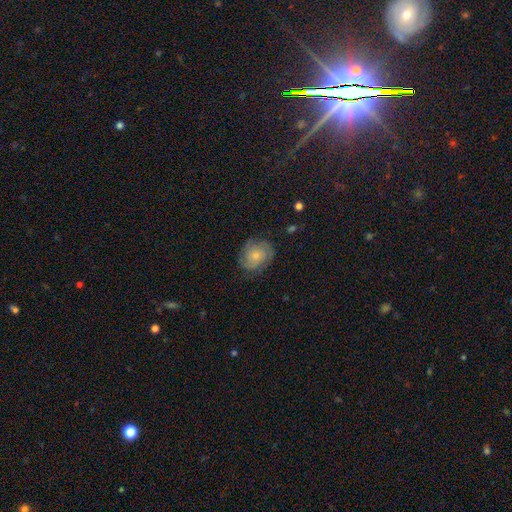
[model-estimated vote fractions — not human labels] A smooth galaxy with no disk features (48%). Merging: none (72%).